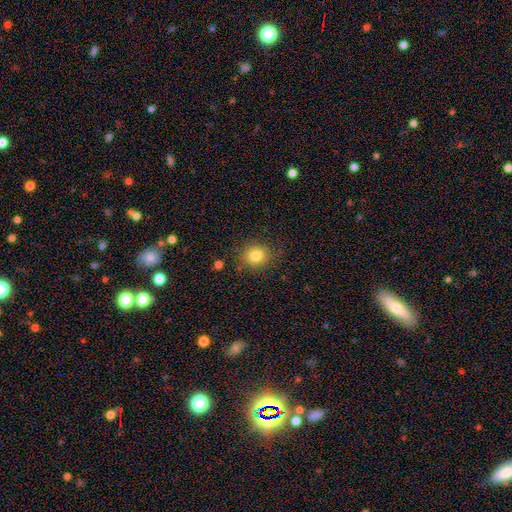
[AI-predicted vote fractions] smooth 81%, star or artifact 12%, featured or disk 8%. Down the decision tree: how rounded — round (76%); merging — none (84%).